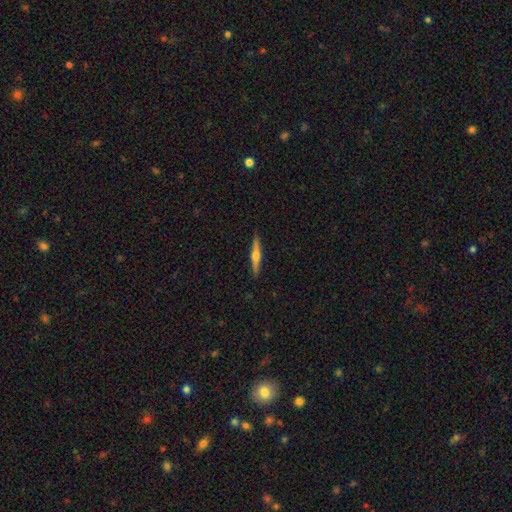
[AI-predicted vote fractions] smooth_or_featured: featured or disk (p=0.72) [alt: smooth p=0.22]
disk_edge_on: yes (p=0.98) [alt: no p=0.02]
edge_on_bulge: rounded (p=0.93) [alt: boxy p=0.04]
merging: none (p=0.91) [alt: minor disturbance p=0.07]